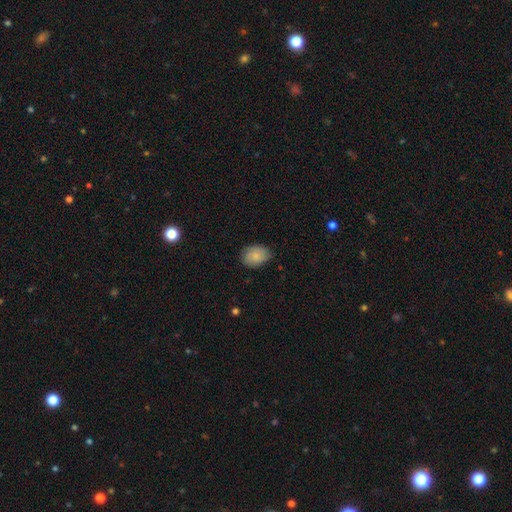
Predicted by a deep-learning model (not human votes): Smooth or featured: smooth — 85% (featured or disk — 8%)
How rounded: in between — 74% (round — 25%)
Merging: none — 77% (minor disturbance — 19%)